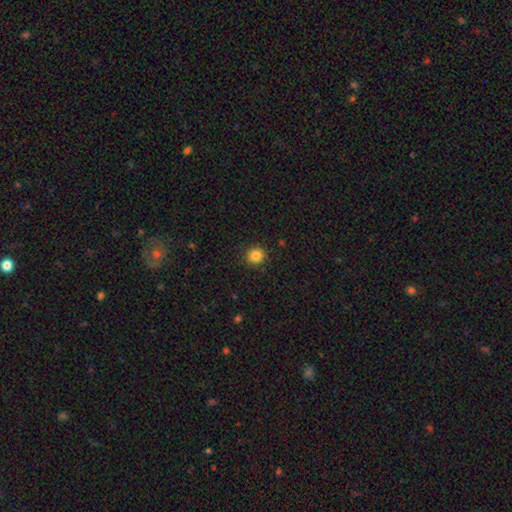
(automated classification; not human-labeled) Smooth or featured: smooth — 85% (star or artifact — 11%)
How rounded: round — 92% (in between — 8%)
Merging: none — 91% (minor disturbance — 6%)